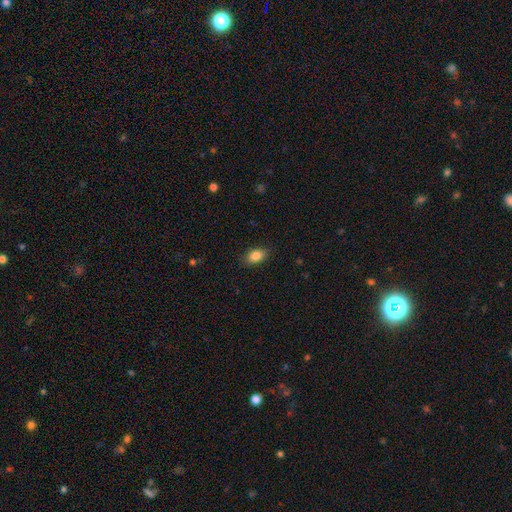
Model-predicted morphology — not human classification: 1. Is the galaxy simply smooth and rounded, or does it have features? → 86% smooth, 8% star or artifact, 6% featured or disk.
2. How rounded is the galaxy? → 88% in between, 10% round, 2% cigar-shaped.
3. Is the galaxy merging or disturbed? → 87% none, 10% minor disturbance, 3% major disturbance, 1% merger.